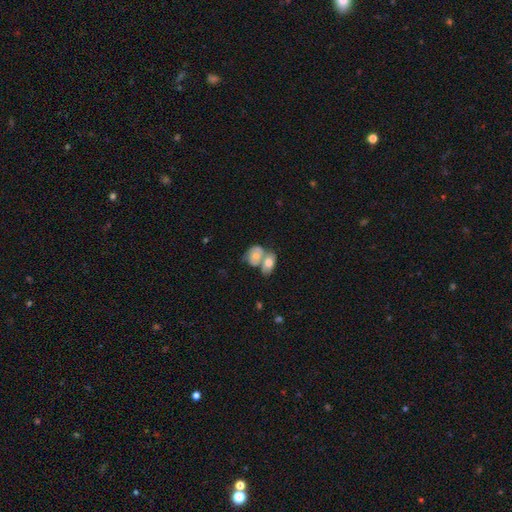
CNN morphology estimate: smooth-or-featured: smooth: 56% | featured or disk: 36% | star or artifact: 7%
  how-rounded: in between: 59% | round: 39% | cigar-shaped: 2%
  merging: merger: 67% | none: 20% | minor disturbance: 8% | major disturbance: 5%